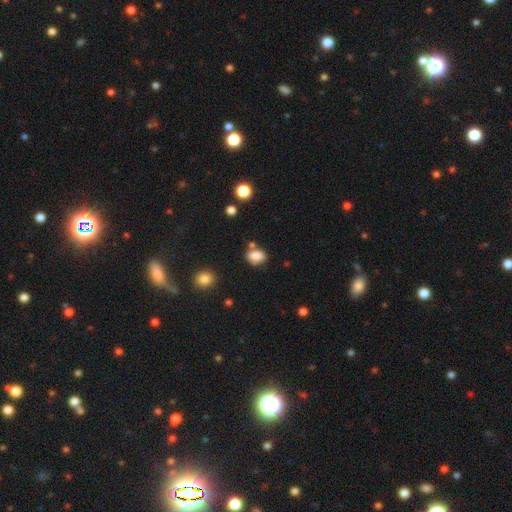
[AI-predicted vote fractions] Smooth or featured: smooth — 84% (star or artifact — 10%)
How rounded: in between — 72% (round — 27%)
Merging: none — 68% (minor disturbance — 16%)